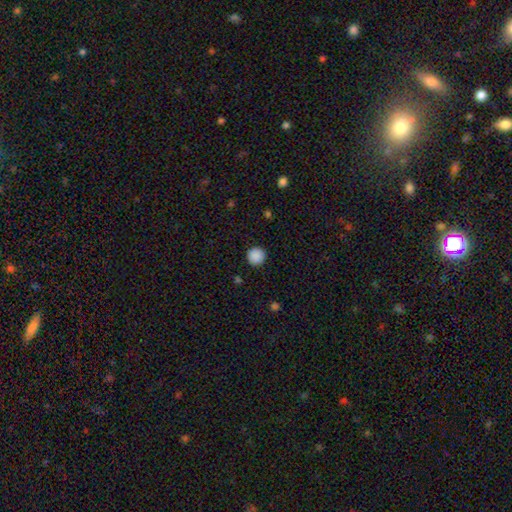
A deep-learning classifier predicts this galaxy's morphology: Smooth or featured? Predicted: smooth (p=0.89). How rounded? Predicted: round (p=0.95). Merging? Predicted: none (p=0.92).